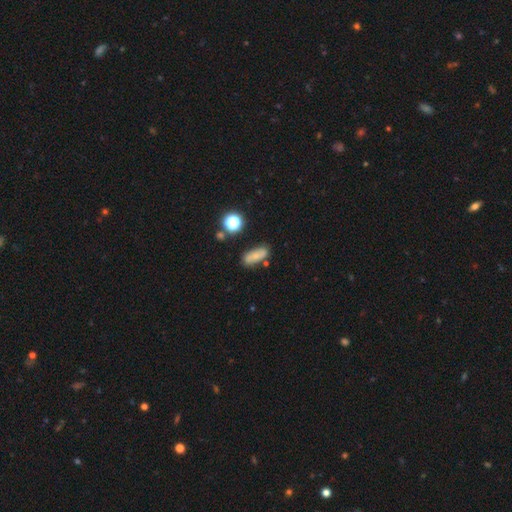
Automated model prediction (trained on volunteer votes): smooth-or-featured: smooth: 63% | featured or disk: 25% | star or artifact: 12%
  how-rounded: in between: 74% | cigar-shaped: 18% | round: 8%
  merging: none: 71% | minor disturbance: 17% | merger: 7% | major disturbance: 5%